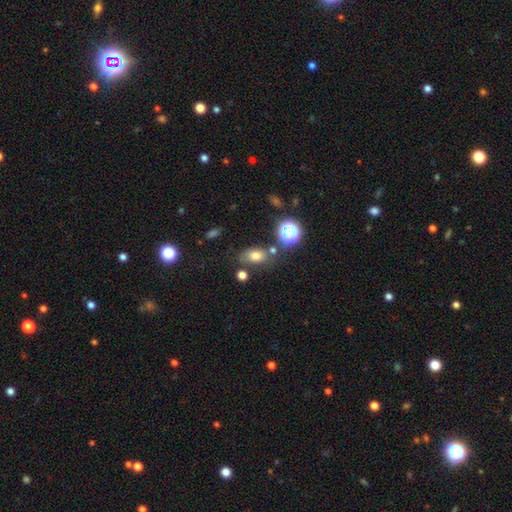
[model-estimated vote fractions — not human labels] A smooth galaxy with no disk features (71%) that is in between round and cigar-shaped (78%).

Vote fractions:
- Smooth or featured? smooth: 71% / star or artifact: 16% / featured or disk: 13%
- How rounded? in between: 78% / round: 19% / cigar-shaped: 3%
- Merging? none: 68% / minor disturbance: 16% / merger: 11% / major disturbance: 6%